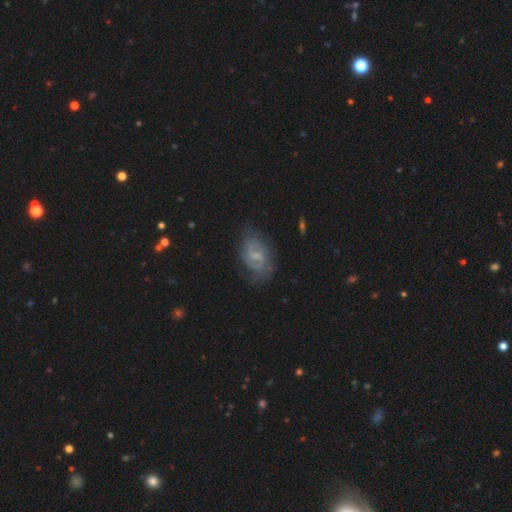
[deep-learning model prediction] Morphology: type=featured or disk (63%); edge-on=no (96%); bar=weak (58%); spiral arms=yes (81%); bulge=small (42%); merging=none (64%).